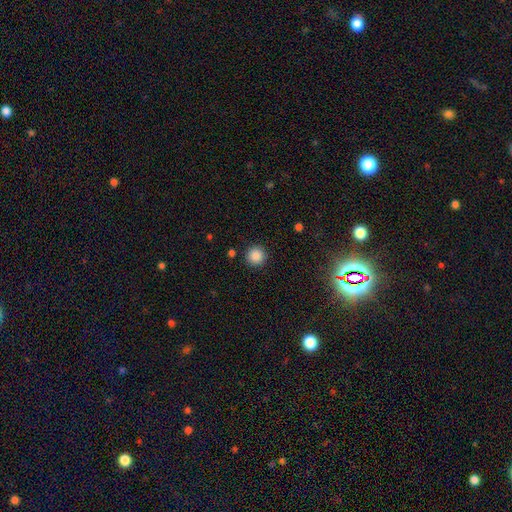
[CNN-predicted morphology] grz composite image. It shows a smooth galaxy with no disk features (87%) that is round (96%). Merging: none (91%).